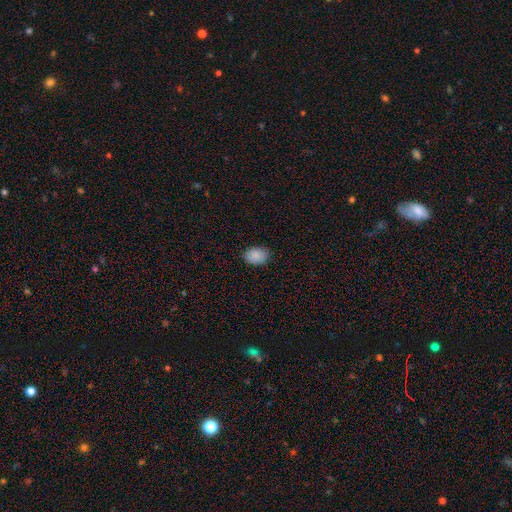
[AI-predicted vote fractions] Smooth or featured? Predicted: smooth (p=0.88). How rounded? Predicted: in between (p=0.70). Merging? Predicted: none (p=0.86).